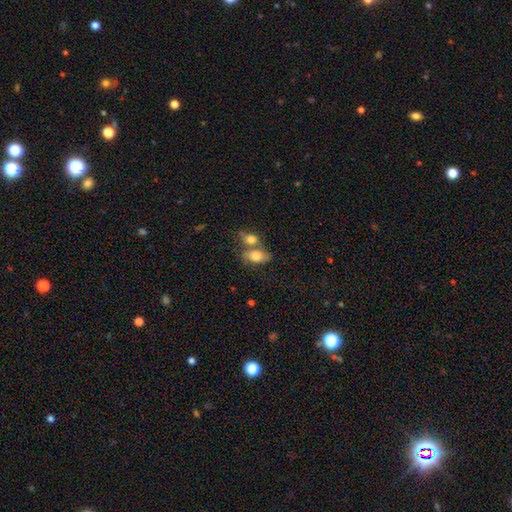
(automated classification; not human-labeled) Q: Smooth or featured?
A: smooth (77%); runner-up: featured or disk (14%)
Q: How rounded?
A: in between (86%); runner-up: round (11%)
Q: Merging?
A: merger (44%); runner-up: none (38%)